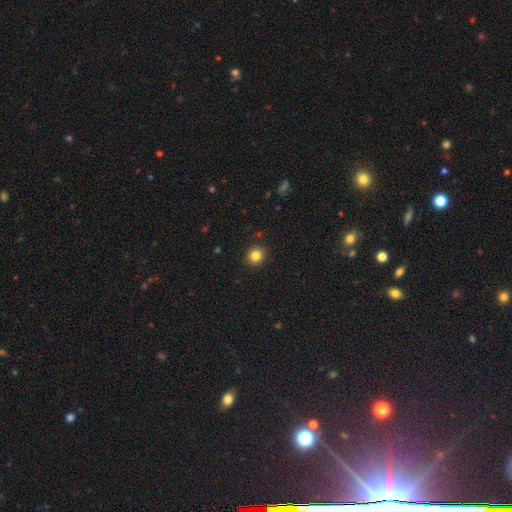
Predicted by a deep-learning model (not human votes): smooth_or_featured: smooth (p=0.84) [alt: star or artifact p=0.11]
how_rounded: round (p=0.86) [alt: in between p=0.13]
merging: none (p=0.91) [alt: minor disturbance p=0.06]